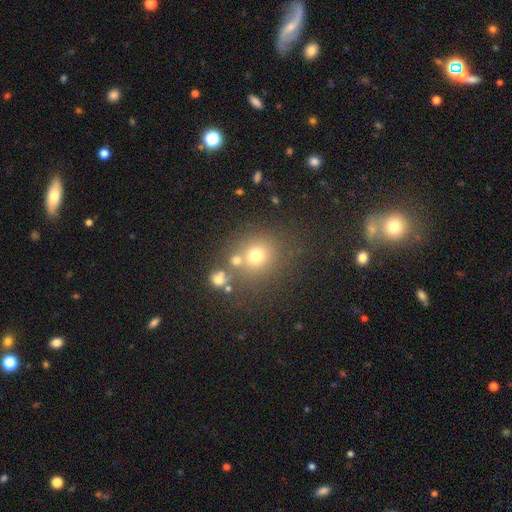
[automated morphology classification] Smooth or featured? Predicted: smooth (p=0.68). How rounded? Predicted: round (p=0.85). Merging? Predicted: none (p=0.68).